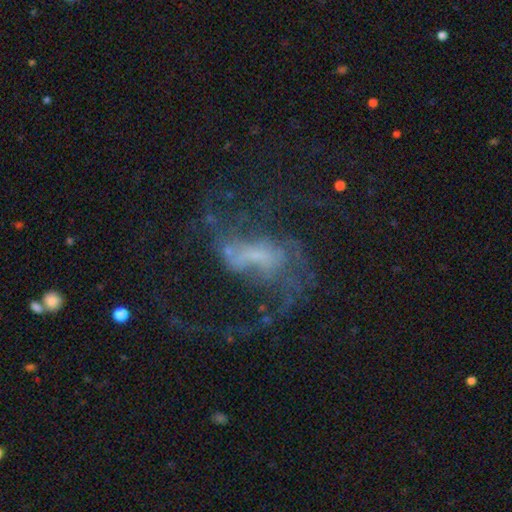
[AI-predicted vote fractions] Morphology: type=featured or disk (77%); edge-on=no (97%); bar=weak (43%); spiral arms=yes (82%); winding=loose (64%); arm count=2 (49%); bulge=small (38%); merging=major disturbance (43%).